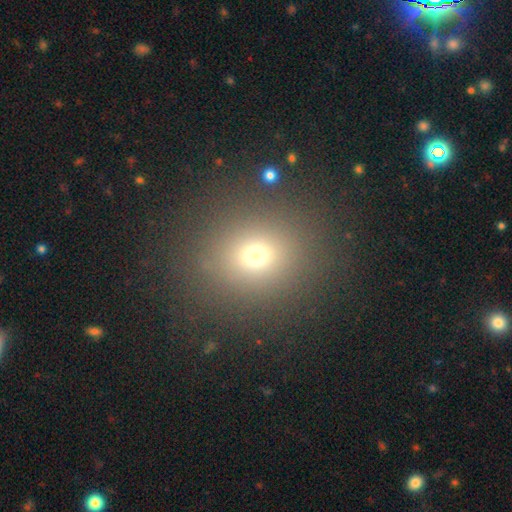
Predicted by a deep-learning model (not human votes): Overall: smooth (68%). How rounded: round (81%). Merging: none (88%).